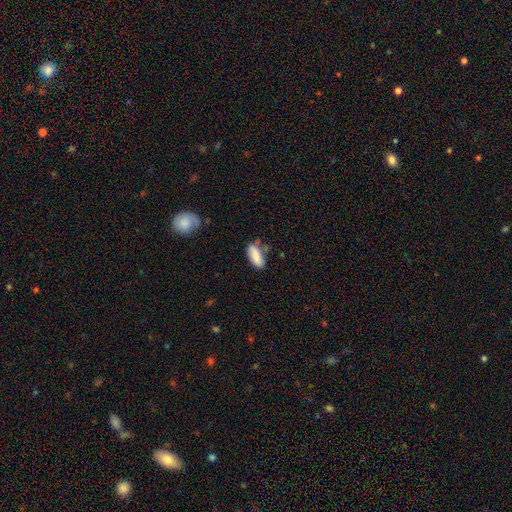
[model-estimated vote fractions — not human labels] smooth 78%, featured or disk 15%, star or artifact 7%. Down the decision tree: how rounded — in between (75%); merging — none (63%).